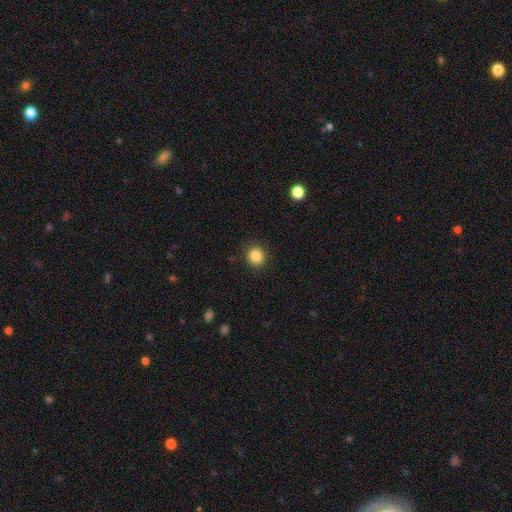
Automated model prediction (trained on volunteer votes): This is clearly a smooth galaxy (86%). How rounded: clearly round (88%). Merging: clearly none (90%).